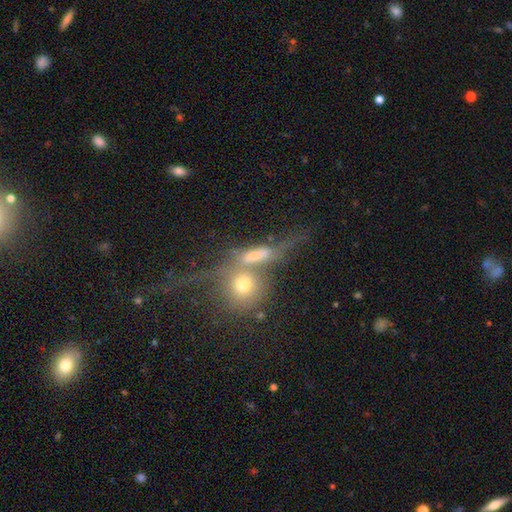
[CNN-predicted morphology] A smooth galaxy with no disk features (52%) that is in between round and cigar-shaped (44%).

Vote fractions:
- Smooth or featured? smooth: 52% / featured or disk: 34% / star or artifact: 14%
- How rounded? in between: 44% / round: 30% / cigar-shaped: 25%
- Merging? merger: 47% / none: 27% / major disturbance: 14% / minor disturbance: 12%